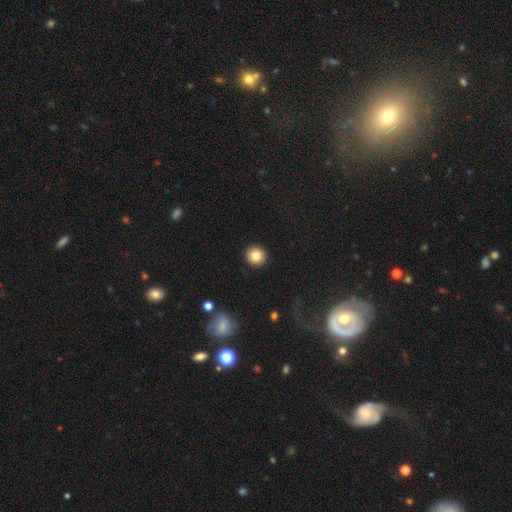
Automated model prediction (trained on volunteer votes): This is clearly a smooth galaxy (83%). How rounded: clearly round (95%). Merging: clearly none (92%).